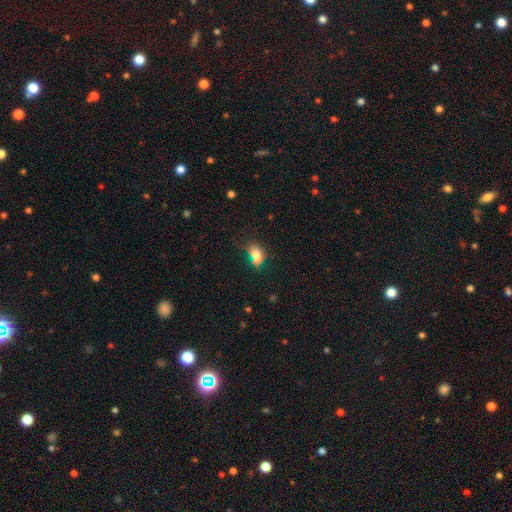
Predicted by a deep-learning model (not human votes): smooth_or_featured: smooth (p=0.78) [alt: star or artifact p=0.12]
how_rounded: in between (p=0.76) [alt: round p=0.22]
merging: none (p=0.53) [alt: minor disturbance p=0.28]